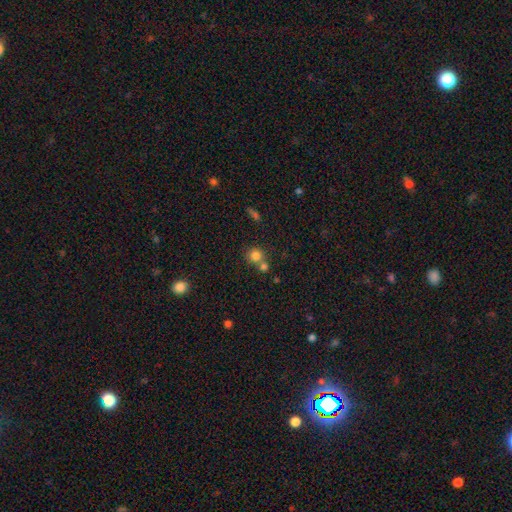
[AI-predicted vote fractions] smooth_or_featured: smooth (p=0.80) [alt: star or artifact p=0.12]
how_rounded: round (p=0.88) [alt: in between p=0.11]
merging: none (p=0.54) [alt: merger p=0.35]